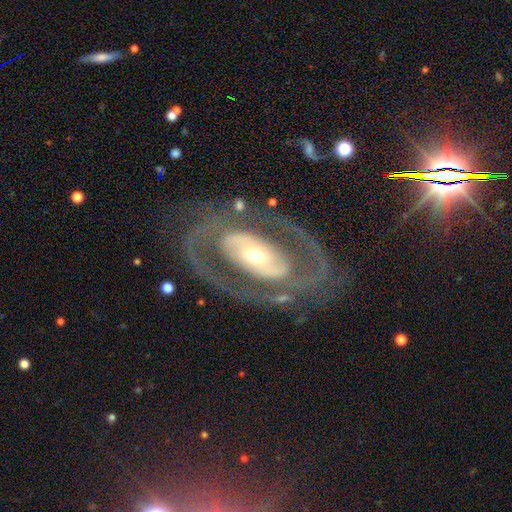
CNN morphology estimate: This is clearly a featured or disk galaxy (84%). It is clearly not viewed edge-on (94%). Bar: possibly no (50%). Spiral arm pattern: likely yes (71%). Spiral arm count: likely 2 (77%). Spiral winding: marginally tight (42%). Central bulge: possibly moderate (52%). Merging: likely none (73%).